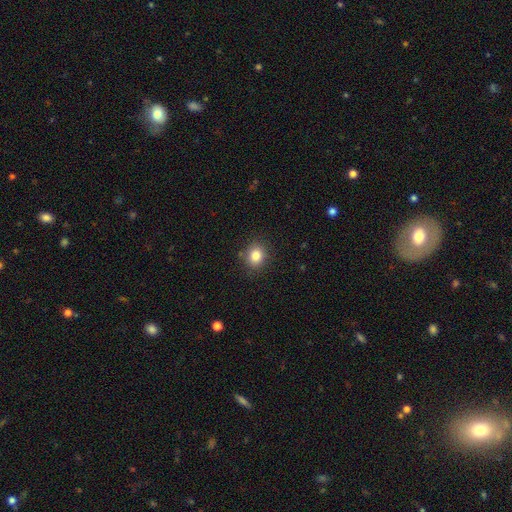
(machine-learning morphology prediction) The model was most divided on "how rounded": round: 70%, in between: 29%, cigar-shaped: 1%. More confident: merging — none (87%); smooth or featured — smooth (83%).